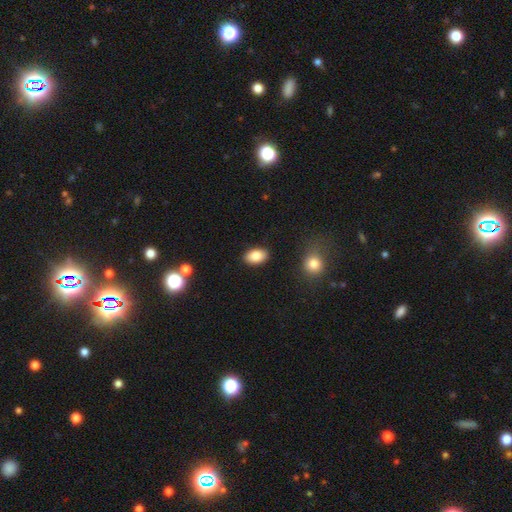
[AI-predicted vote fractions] smooth 85%, star or artifact 8%, featured or disk 7%. Down the decision tree: how rounded — in between (90%); merging — none (88%).